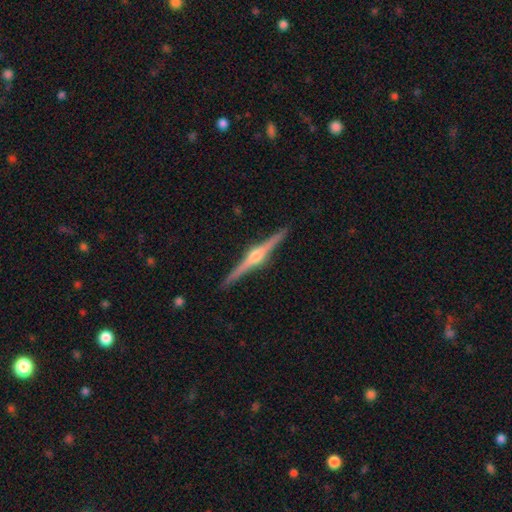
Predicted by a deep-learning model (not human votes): A featured or disk galaxy (87%) viewed edge-on (99%) with a rounded central bulge (94%).

Vote fractions:
- Smooth or featured? featured or disk: 87% / smooth: 9% / star or artifact: 5%
- Edge-on disk? yes: 99% / no: 1%
- Edge-on bulge? rounded: 94% / boxy: 4% / none: 2%
- Merging? none: 93% / minor disturbance: 5% / major disturbance: 1% / merger: 1%